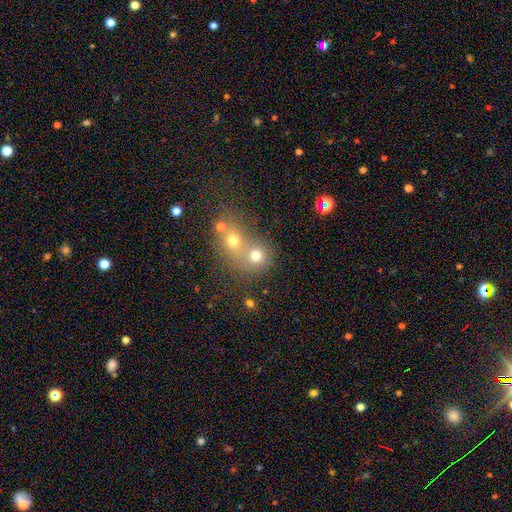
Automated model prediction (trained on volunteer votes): Smooth or featured? Predicted: smooth (p=0.70). How rounded? Predicted: round (p=0.79). Merging? Predicted: merger (p=0.52).